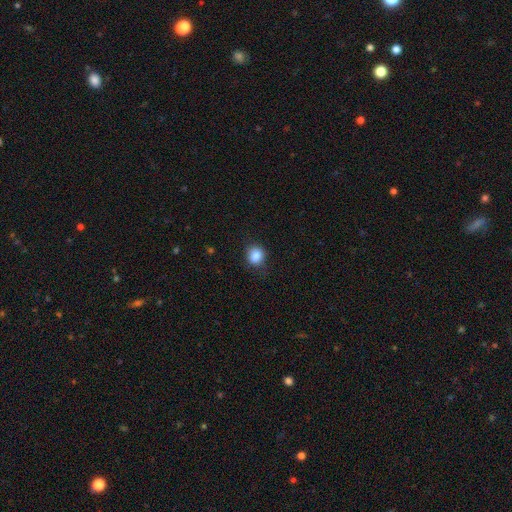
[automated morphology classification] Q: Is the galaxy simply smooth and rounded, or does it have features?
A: smooth — 86%.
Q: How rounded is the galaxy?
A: round — 77%.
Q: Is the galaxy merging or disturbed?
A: none — 79%.